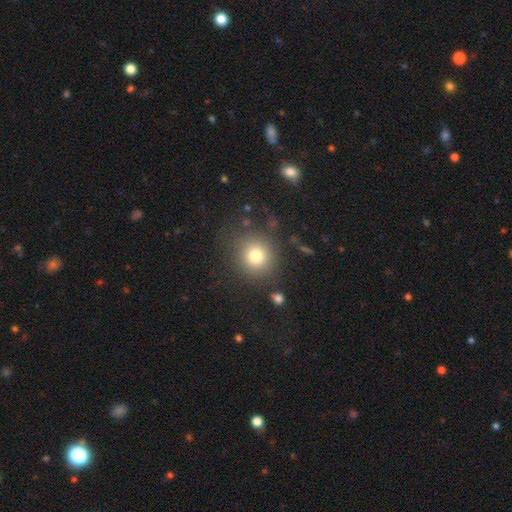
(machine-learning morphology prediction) This appears to be a smooth galaxy with no disk features (78%) that is round (88%). Merging: none (82%).